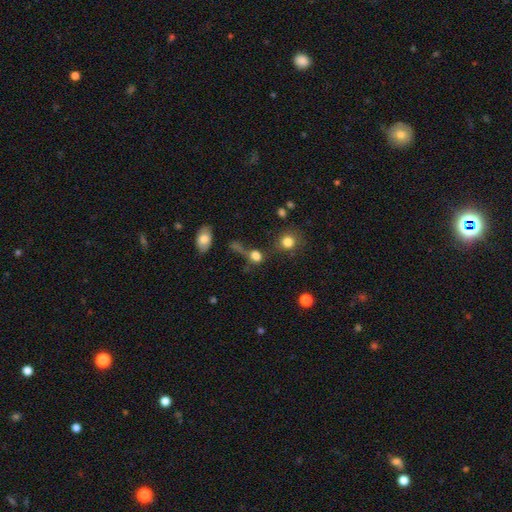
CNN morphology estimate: Smooth or featured? Predicted: smooth (p=0.74). How rounded? Predicted: round (p=0.63). Merging? Predicted: none (p=0.44).